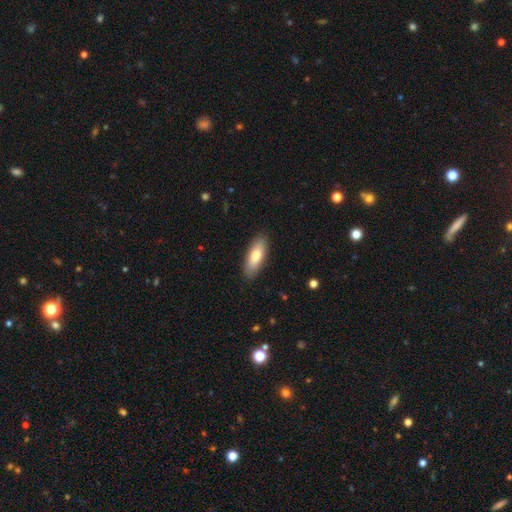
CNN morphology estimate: A smooth galaxy with no disk features (78%) that is in between round and cigar-shaped (69%).

Vote fractions:
- Smooth or featured? smooth: 78% / featured or disk: 16% / star or artifact: 5%
- How rounded? in between: 69% / cigar-shaped: 29% / round: 2%
- Merging? none: 88% / minor disturbance: 9% / major disturbance: 2% / merger: 1%